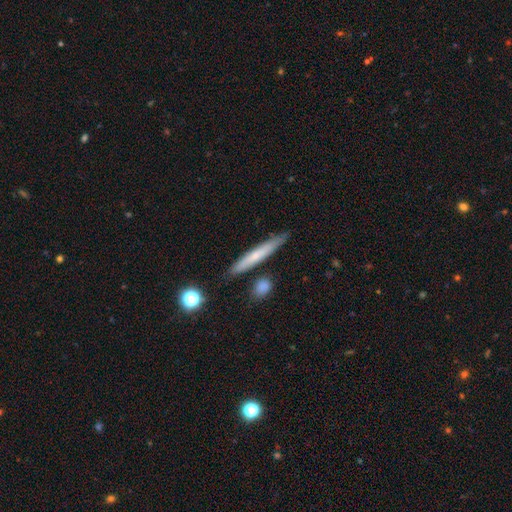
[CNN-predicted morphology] This appears to be a smooth galaxy with no disk features (57%) that is cigar-shaped (94%). Merging: none (83%).